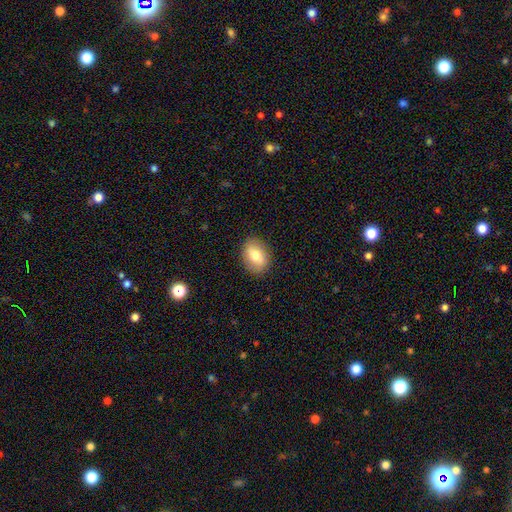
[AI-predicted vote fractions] This appears to be a smooth galaxy with no disk features (71%) that is in between round and cigar-shaped (73%). Merging: none (87%).